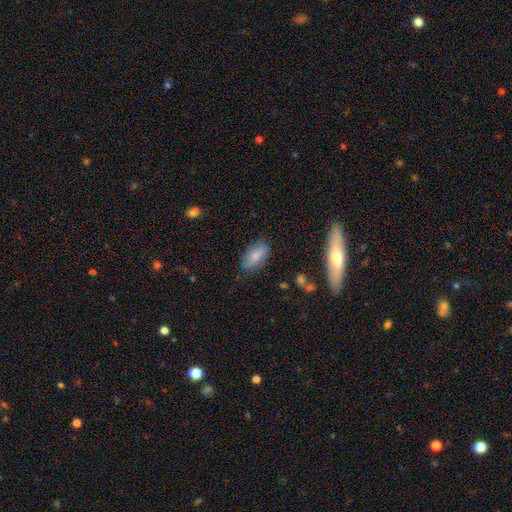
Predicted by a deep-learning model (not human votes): smooth 76%, featured or disk 17%, star or artifact 8%. Down the decision tree: how rounded — in between (89%); merging — none (78%).